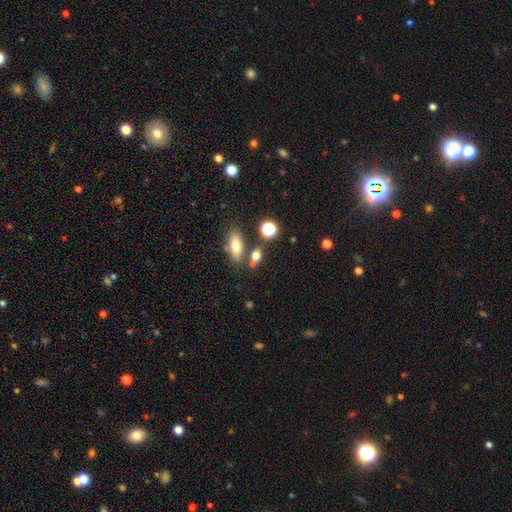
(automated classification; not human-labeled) Q: Smooth or featured?
A: smooth (71%); runner-up: featured or disk (16%)
Q: How rounded?
A: in between (64%); runner-up: round (24%)
Q: Merging?
A: none (61%); runner-up: merger (23%)